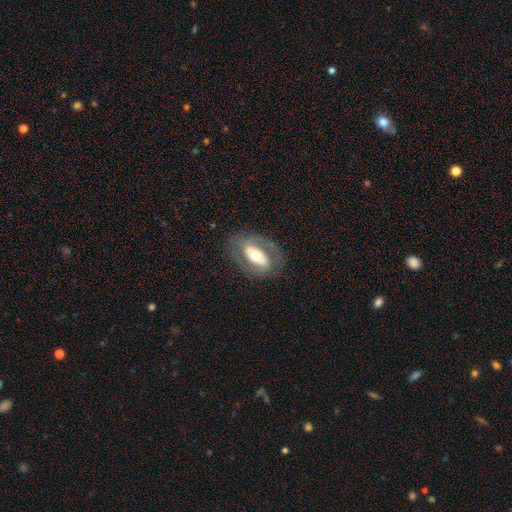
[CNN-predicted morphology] A featured or disk galaxy (66%) with a strong bar (44%), spiral arms (53%) and a moderate central bulge (63%).

Vote fractions:
- Smooth or featured? featured or disk: 66% / smooth: 28% / star or artifact: 6%
- Edge-on disk? no: 89% / yes: 11%
- Bar? strong: 44% / no: 33% / weak: 23%
- Spiral arms? yes: 53% / no: 47%
- Bulge size? moderate: 63% / small: 18% / large: 17% / dominant: 2% / none: 1%
- Merging? none: 77% / minor disturbance: 13% / major disturbance: 8% / merger: 1%